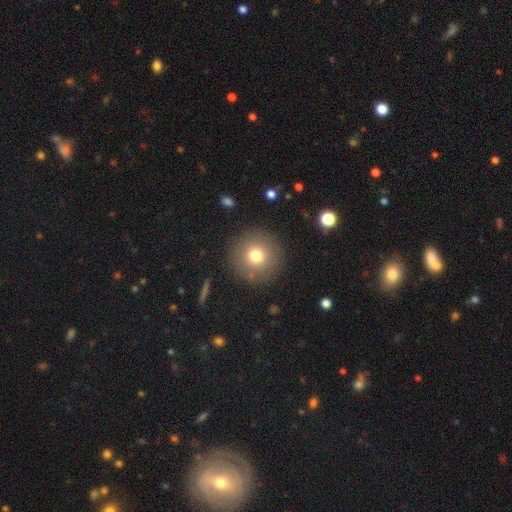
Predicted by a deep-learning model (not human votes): This appears to be a smooth galaxy with no disk features (75%) that is round (96%). Merging: none (88%).